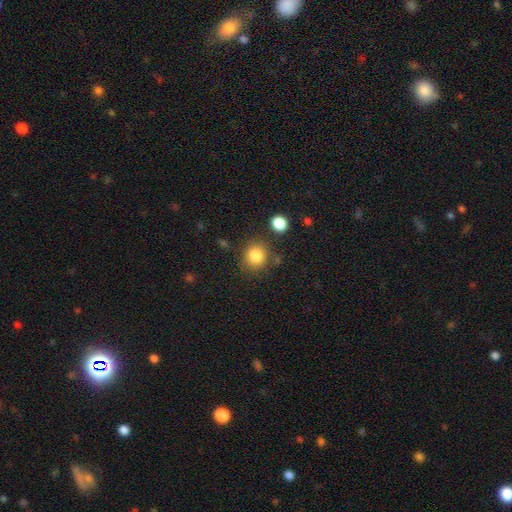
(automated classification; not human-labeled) smooth 84%, star or artifact 10%, featured or disk 6%. Down the decision tree: how rounded — round (84%); merging — none (80%).